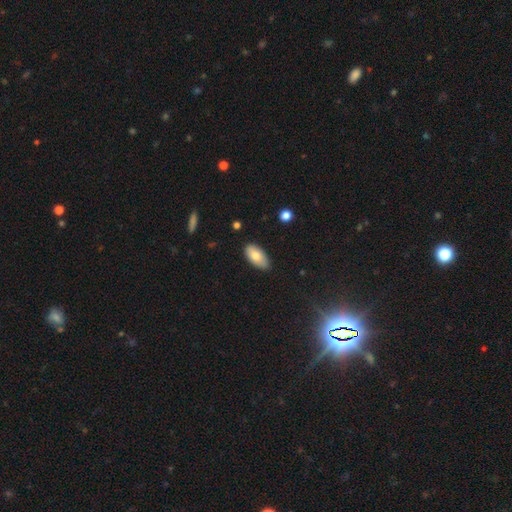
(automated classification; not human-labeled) Smooth or featured? smooth (76%)
How rounded? in between (93%)
Merging? none (81%)